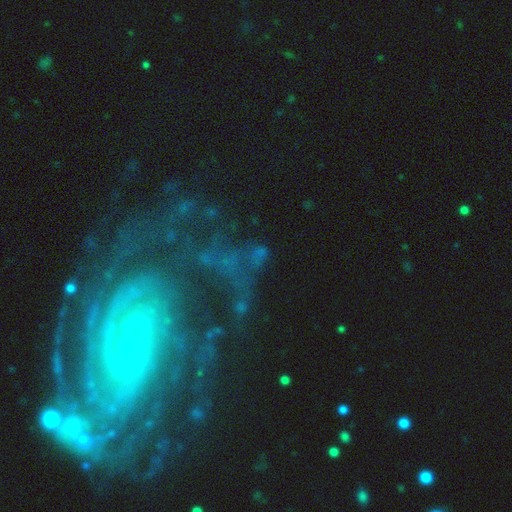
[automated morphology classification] Smooth or featured?
  - star or artifact: 47% *
  - featured or disk: 30%
  - smooth: 23%